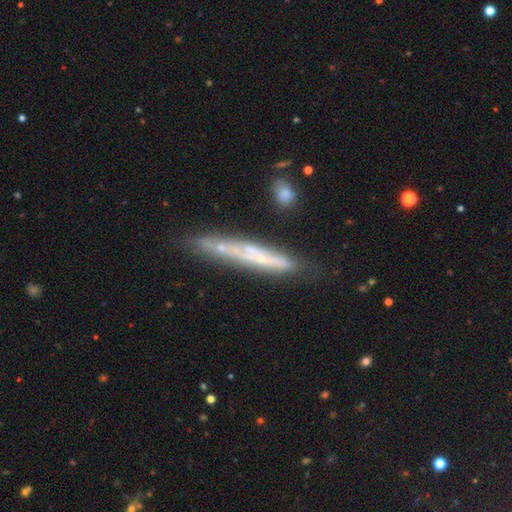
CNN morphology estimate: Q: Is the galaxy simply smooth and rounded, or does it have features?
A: featured or disk — 61%.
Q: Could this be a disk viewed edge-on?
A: yes — 80%.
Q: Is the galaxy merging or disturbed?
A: none — 72%.